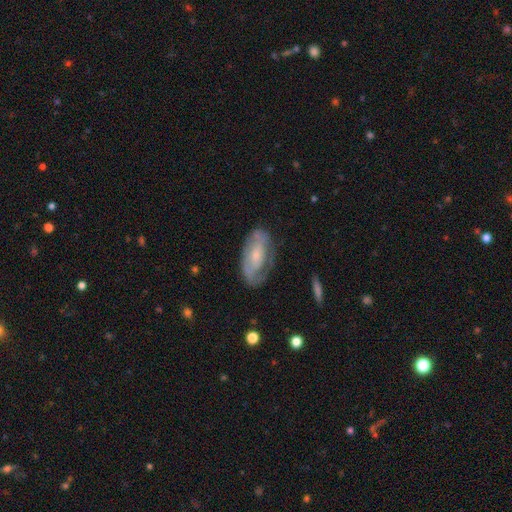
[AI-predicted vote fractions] Overall: featured or disk (61%; smooth 33%). Edge-on disk: no (91%). Bar: no (62%; weak 28%). Spiral arms: yes (69%; no 31%). Bulge size: small (56%; moderate 32%). Merging: none (62%; minor disturbance 24%).